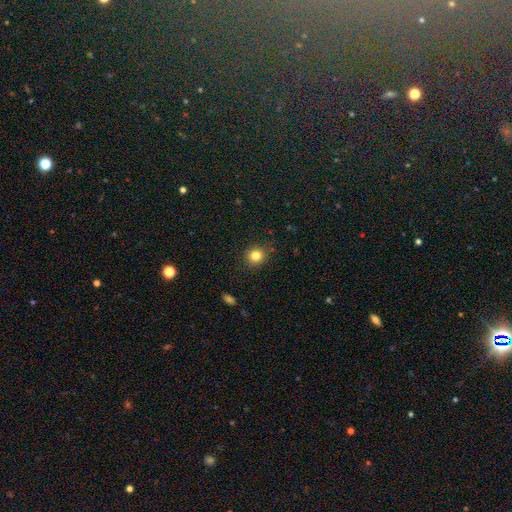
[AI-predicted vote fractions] Q: Smooth or featured?
A: smooth (83%); runner-up: star or artifact (12%)
Q: How rounded?
A: round (87%); runner-up: in between (12%)
Q: Merging?
A: none (89%); runner-up: minor disturbance (8%)